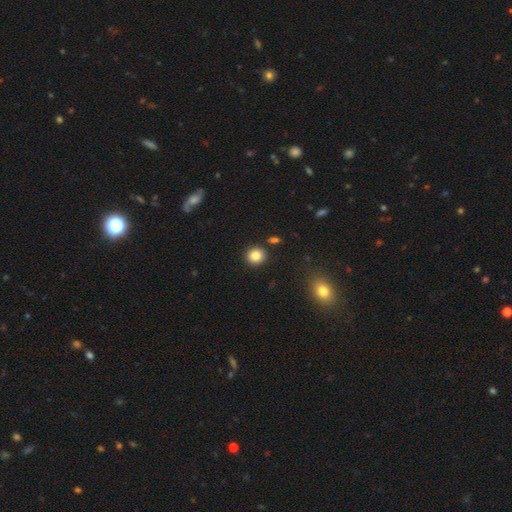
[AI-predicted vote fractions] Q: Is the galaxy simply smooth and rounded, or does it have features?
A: smooth — 85%.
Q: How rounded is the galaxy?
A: round — 86%.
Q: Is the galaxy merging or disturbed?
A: none — 88%.